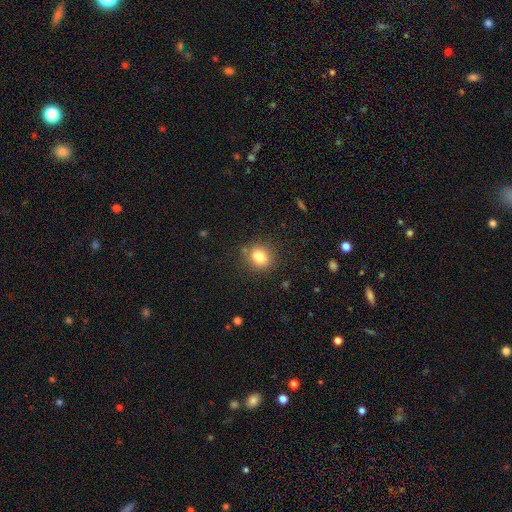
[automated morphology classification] smooth 80%, star or artifact 11%, featured or disk 9%. Down the decision tree: how rounded — round (67%); merging — none (80%).